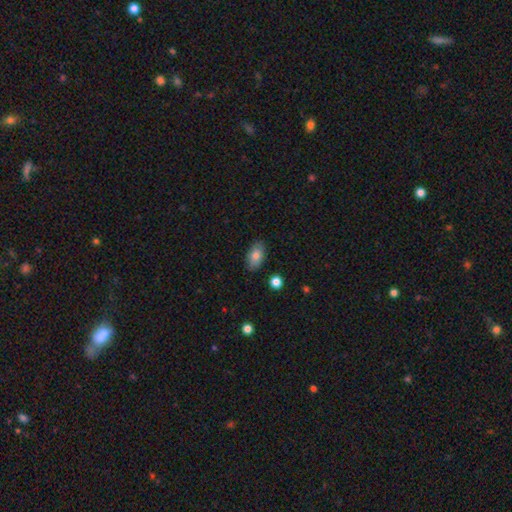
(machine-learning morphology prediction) Overall: smooth (81%). How rounded: in between (92%). Merging: none (87%).